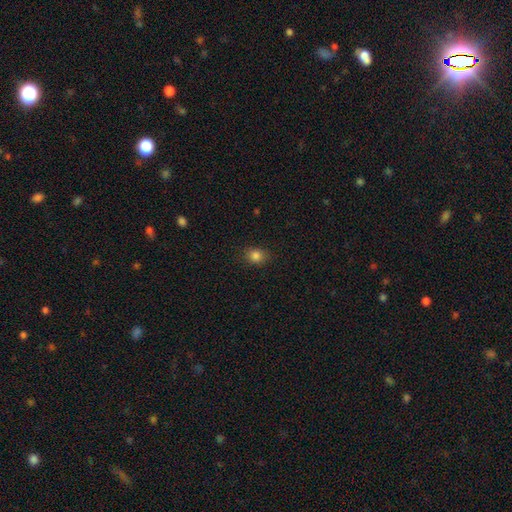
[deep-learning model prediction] smooth-or-featured: smooth: 83% | star or artifact: 12% | featured or disk: 5%
  how-rounded: round: 58% | in between: 41% | cigar-shaped: 1%
  merging: none: 87% | minor disturbance: 10% | major disturbance: 2% | merger: 1%